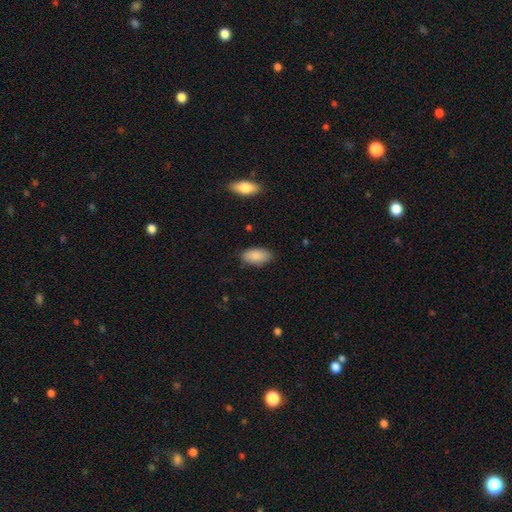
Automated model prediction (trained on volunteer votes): smooth-or-featured: smooth: 87% | featured or disk: 7% | star or artifact: 6%
  how-rounded: in between: 93% | cigar-shaped: 5% | round: 3%
  merging: none: 82% | minor disturbance: 14% | major disturbance: 3% | merger: 1%